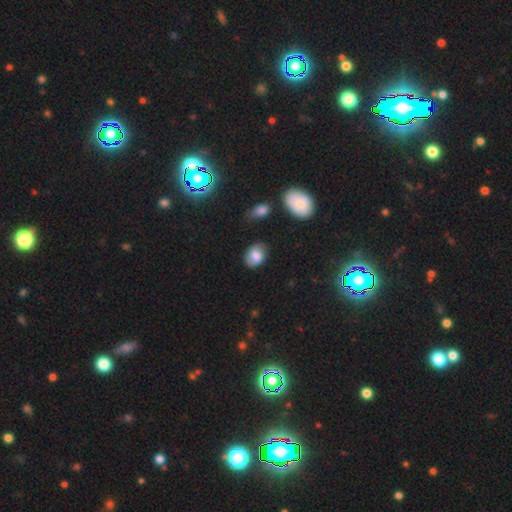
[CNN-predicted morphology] smooth_or_featured: smooth (p=0.66) [alt: featured or disk p=0.26]
how_rounded: in between (p=0.74) [alt: round p=0.25]
merging: none (p=0.72) [alt: minor disturbance p=0.21]